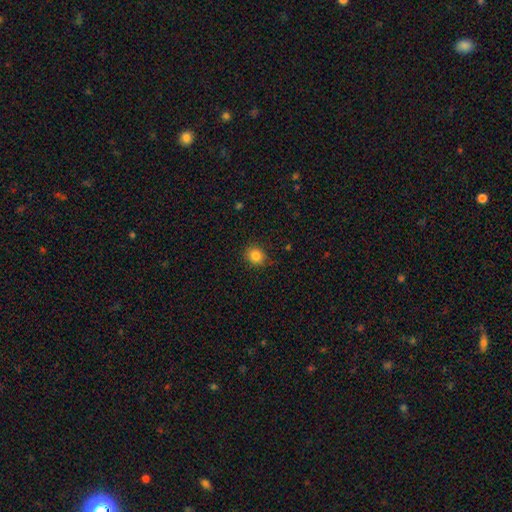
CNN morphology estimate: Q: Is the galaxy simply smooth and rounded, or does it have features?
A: smooth — 84%.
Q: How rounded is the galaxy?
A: round — 78%.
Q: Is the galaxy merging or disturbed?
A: none — 87%.